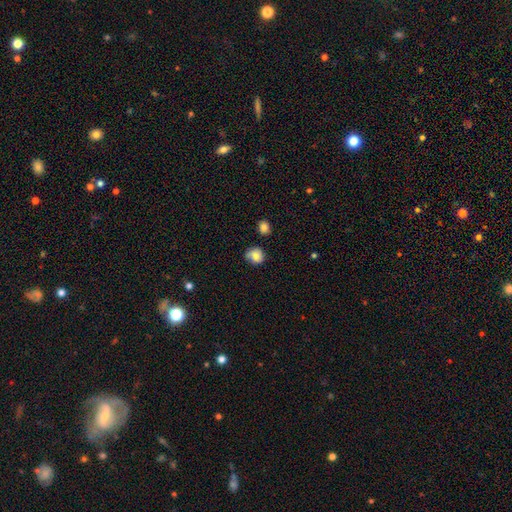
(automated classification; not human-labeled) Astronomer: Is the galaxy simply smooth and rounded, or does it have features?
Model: smooth — 83%.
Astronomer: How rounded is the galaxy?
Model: round — 81%.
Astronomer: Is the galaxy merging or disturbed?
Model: none — 67%.